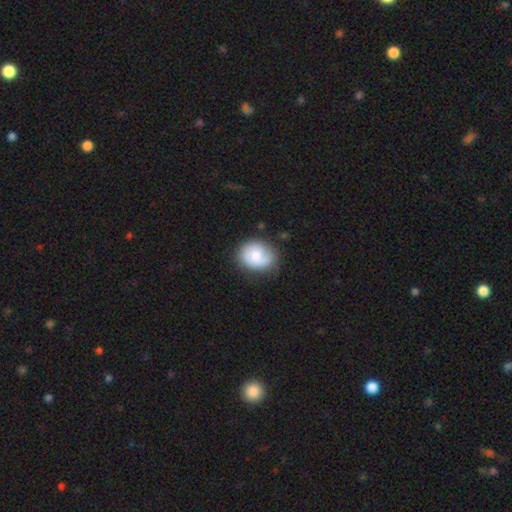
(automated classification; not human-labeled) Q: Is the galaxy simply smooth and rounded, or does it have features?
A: smooth — 61%.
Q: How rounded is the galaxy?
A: round — 59%.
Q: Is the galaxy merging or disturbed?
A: none — 68%.